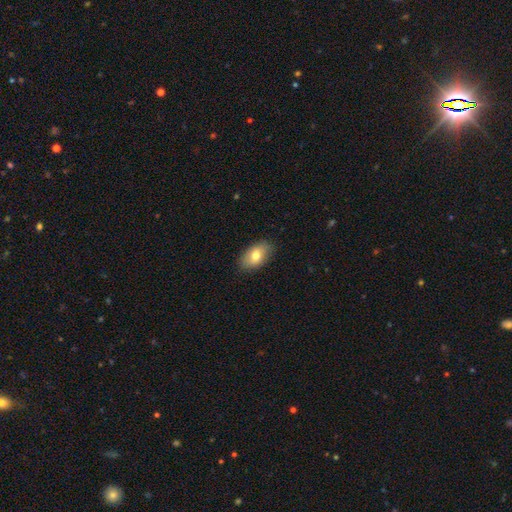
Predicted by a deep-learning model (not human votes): Overall: smooth (74%). How rounded: in between (91%). Merging: none (86%).